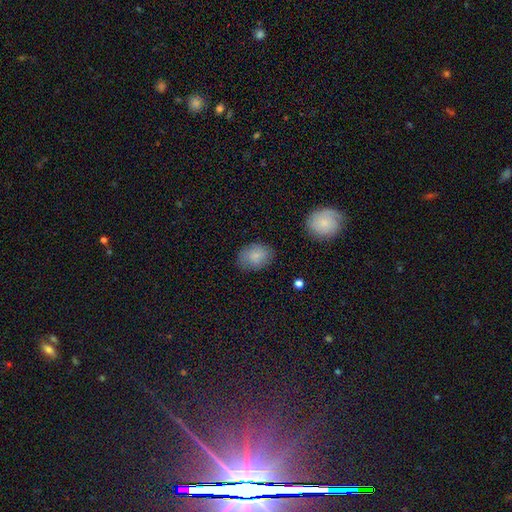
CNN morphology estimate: Smooth or featured?
  - smooth: 80% *
  - featured or disk: 12%
  - star or artifact: 8%
How rounded?
  - in between: 74% *
  - round: 25%
  - cigar-shaped: 1%
Merging?
  - none: 76% *
  - minor disturbance: 18%
  - major disturbance: 4%
  - merger: 2%